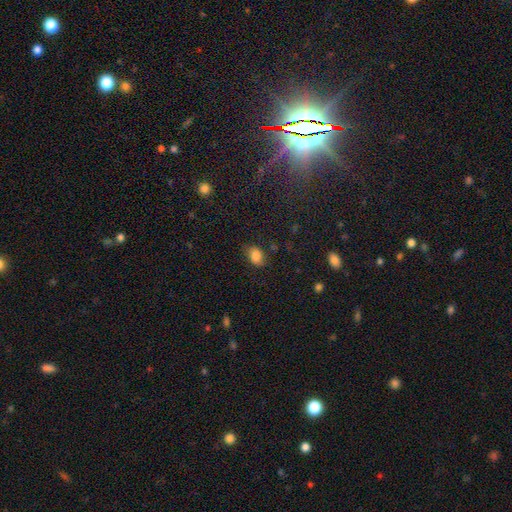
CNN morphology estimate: Smooth or featured? smooth (82%)
How rounded? in between (76%)
Merging? none (74%)